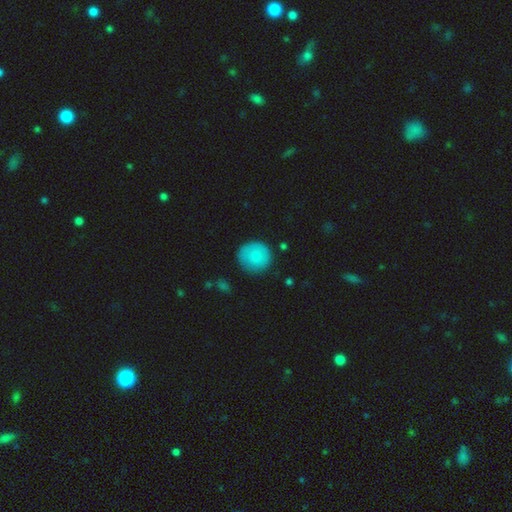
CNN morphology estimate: A smooth galaxy with no disk features (82%) that is round (92%).

Vote fractions:
- Smooth or featured? smooth: 82% / featured or disk: 11% / star or artifact: 7%
- How rounded? round: 92% / in between: 7% / cigar-shaped: 1%
- Merging? none: 80% / minor disturbance: 14% / major disturbance: 4% / merger: 2%